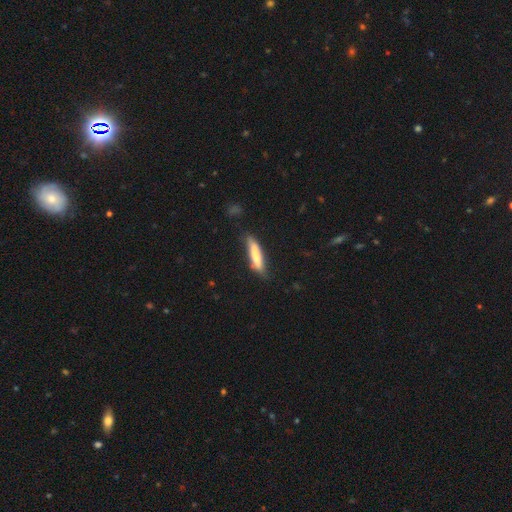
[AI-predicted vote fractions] Q: Smooth or featured?
A: smooth (75%); runner-up: featured or disk (20%)
Q: How rounded?
A: cigar-shaped (85%); runner-up: in between (14%)
Q: Merging?
A: none (71%); runner-up: minor disturbance (22%)